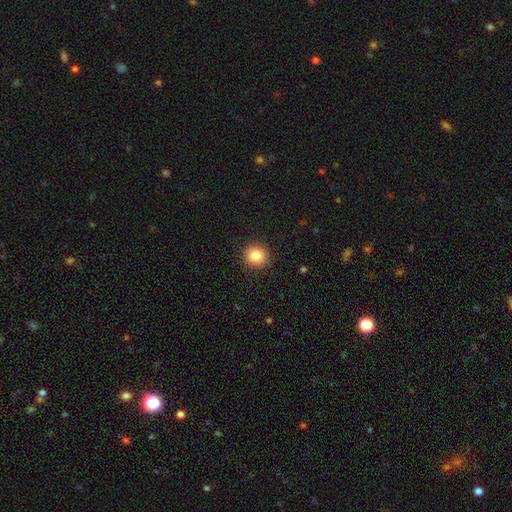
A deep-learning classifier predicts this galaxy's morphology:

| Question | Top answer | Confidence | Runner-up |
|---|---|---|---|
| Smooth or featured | smooth | 86% | star or artifact (10%) |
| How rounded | round | 87% | in between (12%) |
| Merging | none | 91% | minor disturbance (6%) |